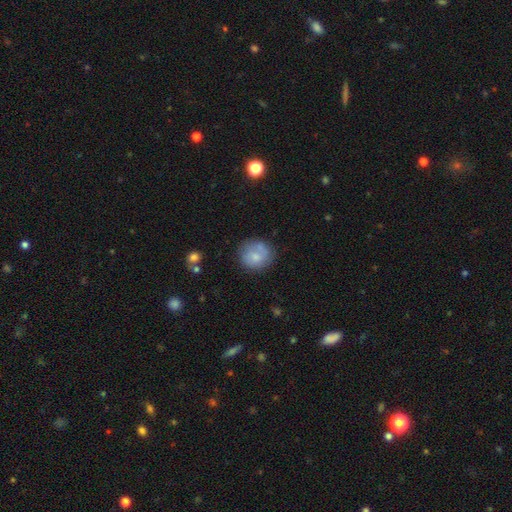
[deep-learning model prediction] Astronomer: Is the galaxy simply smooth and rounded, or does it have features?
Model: smooth — 66%.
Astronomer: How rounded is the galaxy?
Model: round — 83%.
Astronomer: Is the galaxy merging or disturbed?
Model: none — 64%.